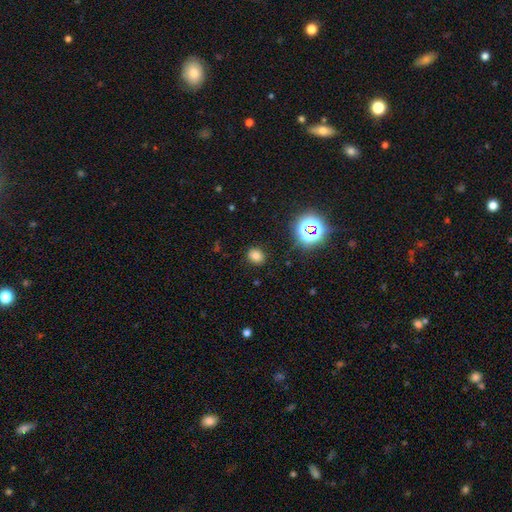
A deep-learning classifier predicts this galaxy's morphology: Smooth or featured: smooth — 74% (star or artifact — 19%)
How rounded: round — 68% (in between — 31%)
Merging: none — 88% (minor disturbance — 8%)